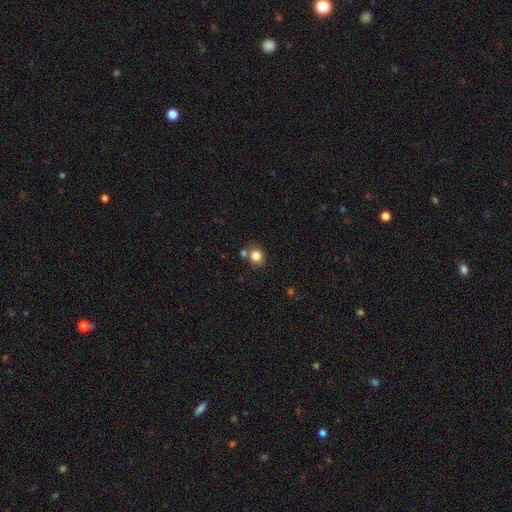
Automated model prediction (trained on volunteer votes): smooth 82%, star or artifact 11%, featured or disk 7%. Down the decision tree: how rounded — round (75%); merging — none (67%).